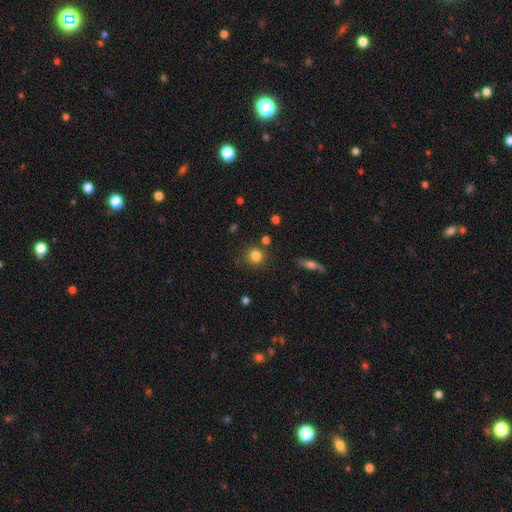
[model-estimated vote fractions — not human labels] Q: Smooth or featured?
A: smooth (82%); runner-up: star or artifact (12%)
Q: How rounded?
A: round (90%); runner-up: in between (9%)
Q: Merging?
A: none (82%); runner-up: minor disturbance (10%)